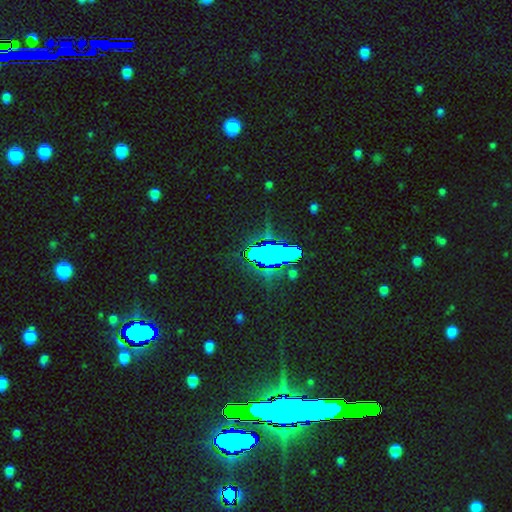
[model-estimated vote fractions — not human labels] Smooth or featured: star or artifact — 62% (featured or disk — 21%)